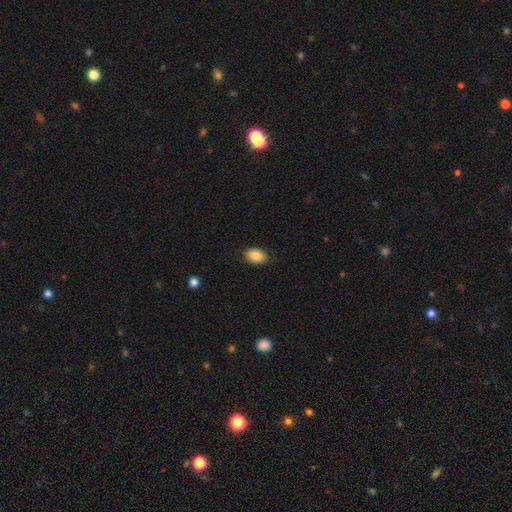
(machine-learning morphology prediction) type=smooth (87%); roundness=in between (85%); merging=none (85%).